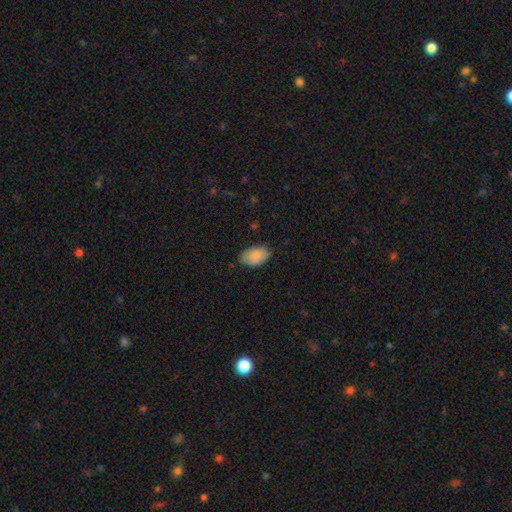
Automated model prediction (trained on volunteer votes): smooth 88%, star or artifact 6%, featured or disk 6%. Down the decision tree: how rounded — in between (93%); merging — none (80%).